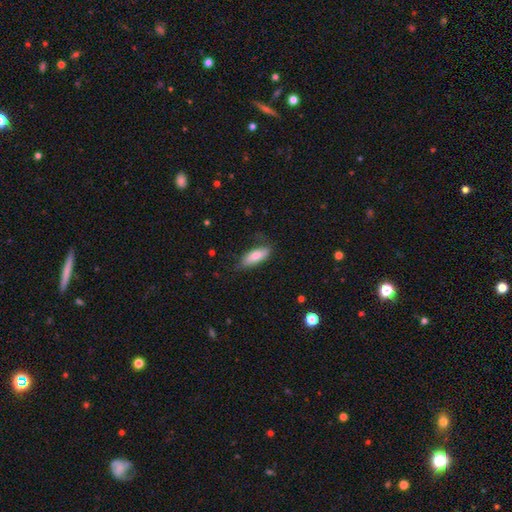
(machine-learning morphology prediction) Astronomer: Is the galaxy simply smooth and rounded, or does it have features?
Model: smooth — 77%.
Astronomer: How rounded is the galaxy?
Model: in between — 73%.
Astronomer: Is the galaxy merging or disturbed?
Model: none — 70%.